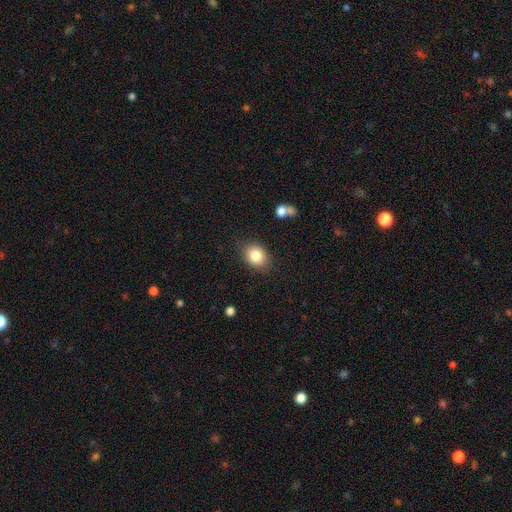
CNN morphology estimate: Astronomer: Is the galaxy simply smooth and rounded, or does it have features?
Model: smooth — 83%.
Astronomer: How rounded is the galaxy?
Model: in between — 61% (runner-up: round, 38%).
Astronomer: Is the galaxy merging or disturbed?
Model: none — 82%.